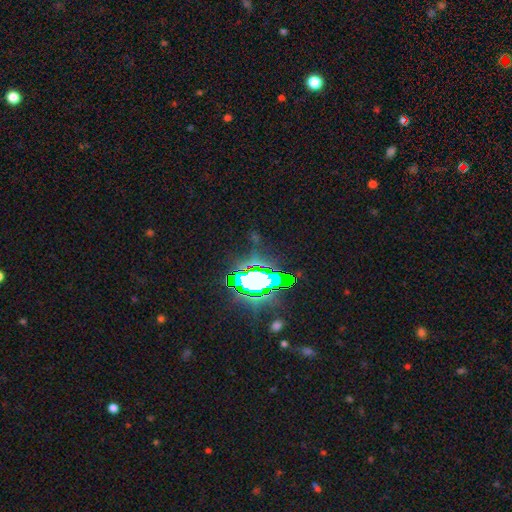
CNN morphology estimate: type=star or artifact (80%).